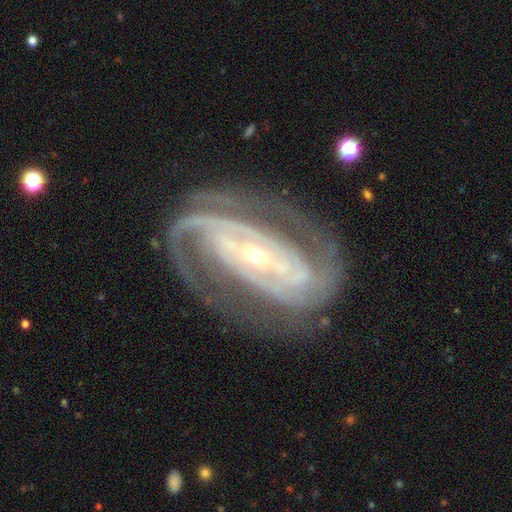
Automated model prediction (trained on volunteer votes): A featured or disk galaxy (92%) with a strong bar (47%), 2 (46%) tight (62%) spiral arms (98%) and a small central bulge (71%).

Vote fractions:
- Smooth or featured? featured or disk: 92% / star or artifact: 5% / smooth: 4%
- Edge-on disk? no: 96% / yes: 4%
- Bar? strong: 47% / no: 27% / weak: 26%
- Spiral arms? yes: 98% / no: 2%
- Spiral winding? tight: 62% / medium: 32% / loose: 6%
- Spiral arm count? 2: 46% / 3: 22% / can't tell: 12% / 4: 10% / more than 4: 5% / 1: 5%
- Bulge size? small: 71% / moderate: 26% / large: 2% / none: 1% / dominant: 1%
- Merging? none: 74% / minor disturbance: 15% / major disturbance: 9% / merger: 2%